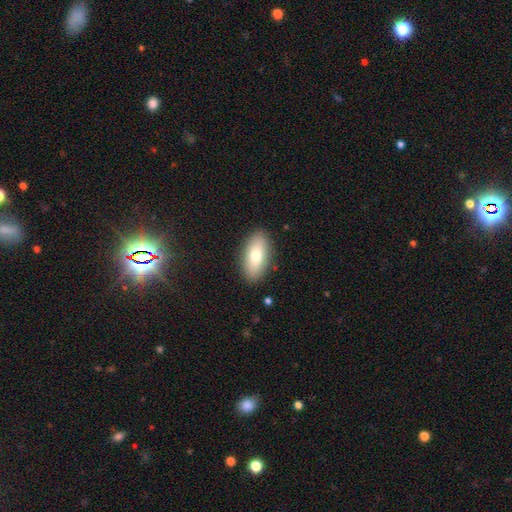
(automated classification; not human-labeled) Smooth or featured? Predicted: smooth (p=0.75). How rounded? Predicted: in between (p=0.90). Merging? Predicted: none (p=0.88).